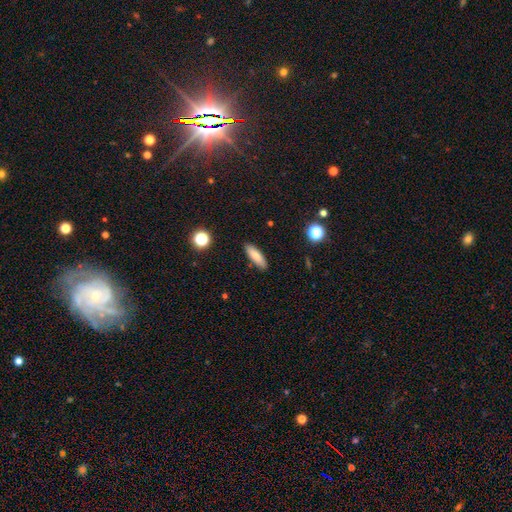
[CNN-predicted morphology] smooth-or-featured: smooth: 79% | featured or disk: 13% | star or artifact: 8%
  how-rounded: cigar-shaped: 53% | in between: 45% | round: 2%
  merging: none: 88% | minor disturbance: 9% | major disturbance: 2% | merger: 1%